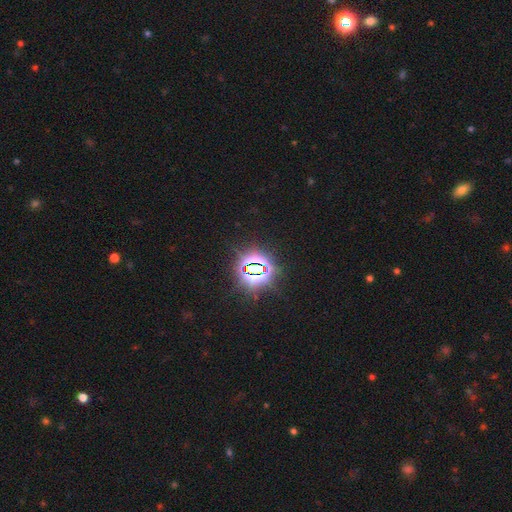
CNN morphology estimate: smooth_or_featured: star or artifact (p=0.84) [alt: smooth p=0.10]